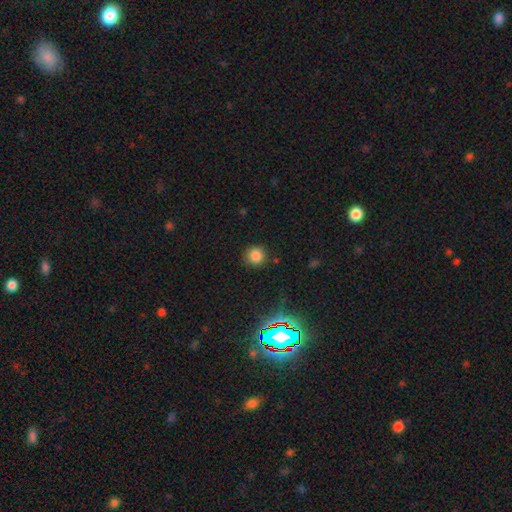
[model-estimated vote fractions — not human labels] Smooth or featured: smooth — 80% (star or artifact — 15%)
How rounded: round — 92% (in between — 7%)
Merging: none — 87% (minor disturbance — 8%)